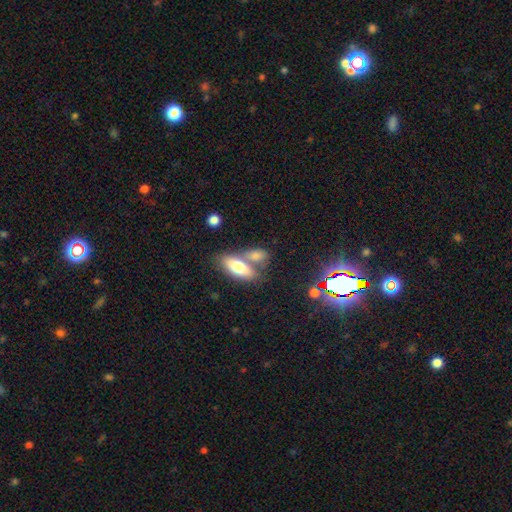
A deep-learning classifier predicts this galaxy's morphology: smooth-or-featured: smooth: 71% | featured or disk: 19% | star or artifact: 10%
  how-rounded: in between: 75% | cigar-shaped: 17% | round: 8%
  merging: merger: 44% | none: 41% | minor disturbance: 11% | major disturbance: 5%